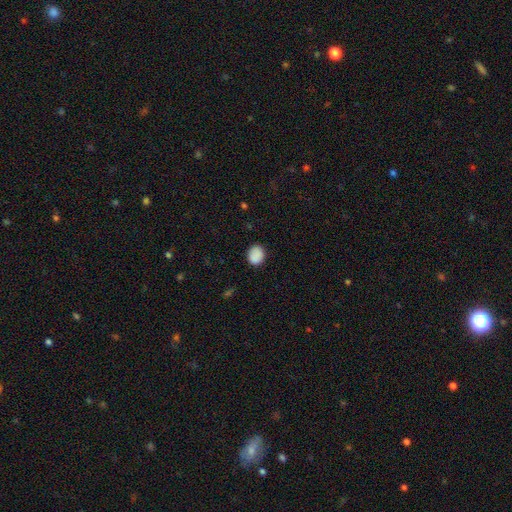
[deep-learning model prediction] smooth-or-featured: smooth: 89% | star or artifact: 8% | featured or disk: 3%
  how-rounded: round: 57% | in between: 42% | cigar-shaped: 1%
  merging: none: 86% | minor disturbance: 11% | major disturbance: 2% | merger: 1%